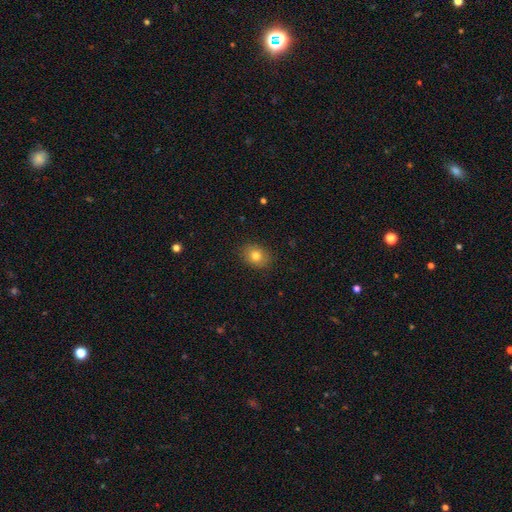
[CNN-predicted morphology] Smooth or featured: smooth — 81% (star or artifact — 10%)
How rounded: in between — 55% (round — 44%)
Merging: none — 88% (minor disturbance — 9%)